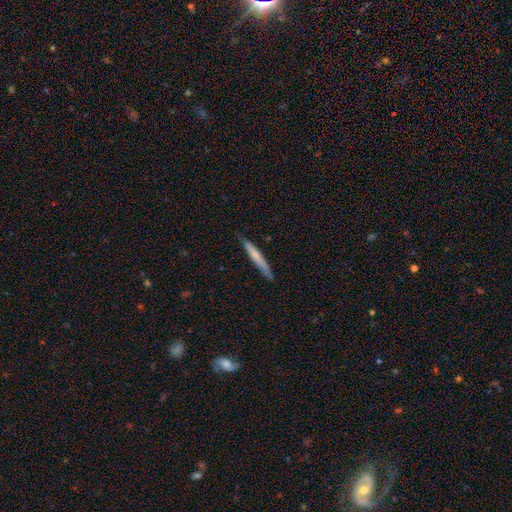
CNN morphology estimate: Smooth or featured: smooth — 65% (featured or disk — 30%)
How rounded: cigar-shaped — 95% (in between — 3%)
Merging: none — 84% (minor disturbance — 13%)